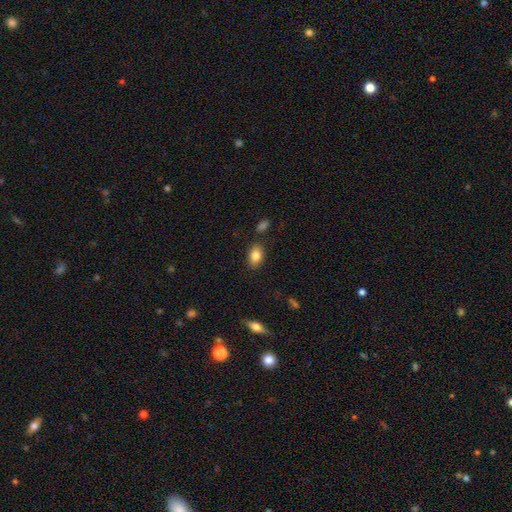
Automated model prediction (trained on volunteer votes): smooth-or-featured: smooth: 84% | star or artifact: 8% | featured or disk: 8%
  how-rounded: in between: 86% | round: 12% | cigar-shaped: 2%
  merging: none: 84% | minor disturbance: 10% | merger: 3% | major disturbance: 3%